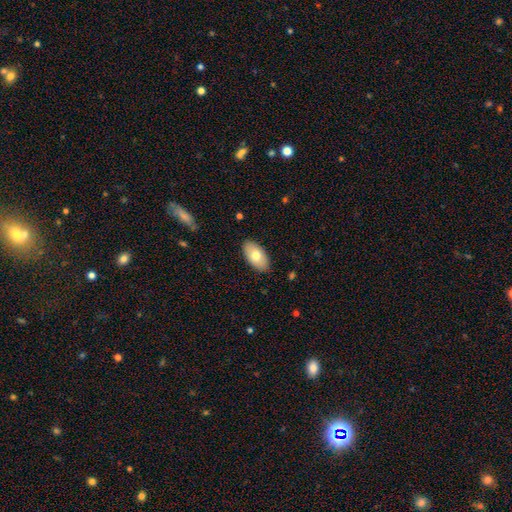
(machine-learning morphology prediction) smooth_or_featured: smooth (p=0.74) [alt: featured or disk p=0.20]
how_rounded: in between (p=0.95) [alt: round p=0.03]
merging: none (p=0.88) [alt: minor disturbance p=0.09]